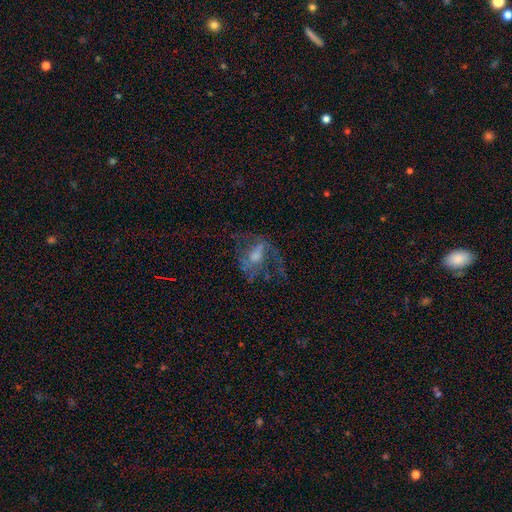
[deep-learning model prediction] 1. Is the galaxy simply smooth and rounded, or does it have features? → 67% featured or disk, 20% smooth, 13% star or artifact.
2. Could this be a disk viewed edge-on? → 95% no, 5% yes.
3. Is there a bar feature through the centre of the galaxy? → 47% no, 39% weak, 14% strong.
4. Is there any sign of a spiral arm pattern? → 65% yes, 35% no.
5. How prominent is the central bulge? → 44% moderate, 32% small, 14% none, 9% large, 2% dominant.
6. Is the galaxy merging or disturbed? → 42% none, 39% major disturbance, 17% minor disturbance, 3% merger.